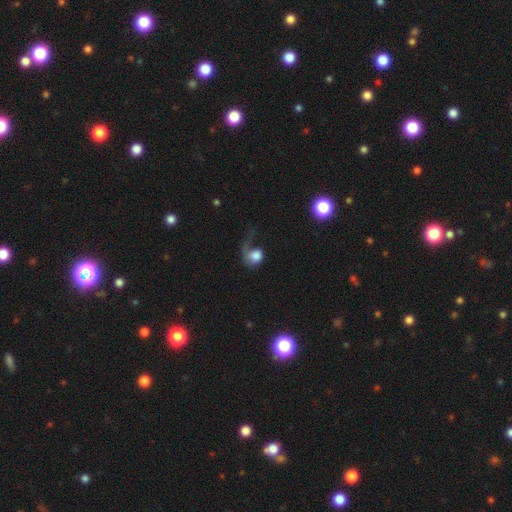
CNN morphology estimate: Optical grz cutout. It shows a smooth galaxy with no disk features (63%) that is round (64%). Merging: major disturbance (58%).